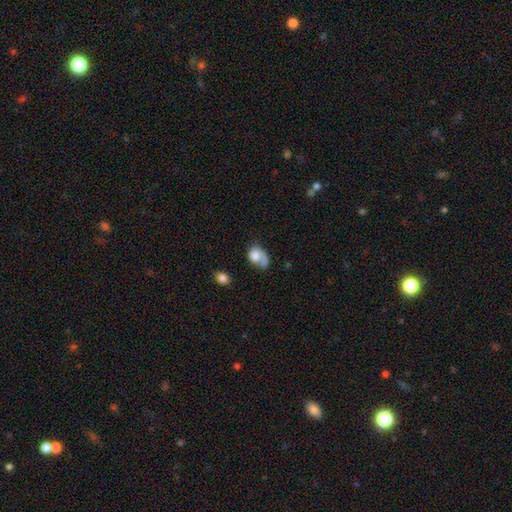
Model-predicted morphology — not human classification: smooth_or_featured: smooth (p=0.64) [alt: featured or disk p=0.28]
how_rounded: in between (p=0.65) [alt: round p=0.33]
merging: major disturbance (p=0.32) [tied with: none p=0.32]